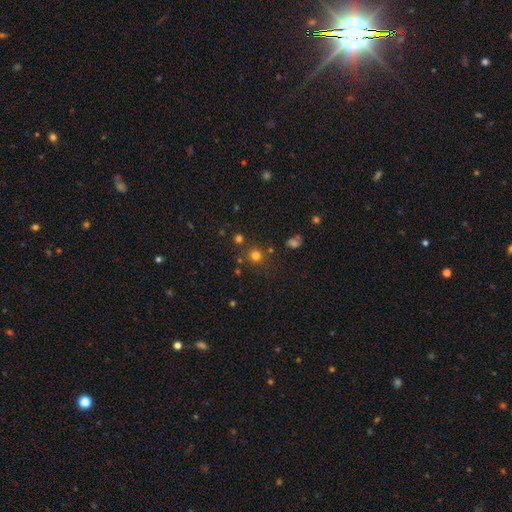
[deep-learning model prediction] Smooth or featured: smooth — 73% (star or artifact — 20%)
How rounded: round — 89% (in between — 10%)
Merging: none — 79% (minor disturbance — 9%)